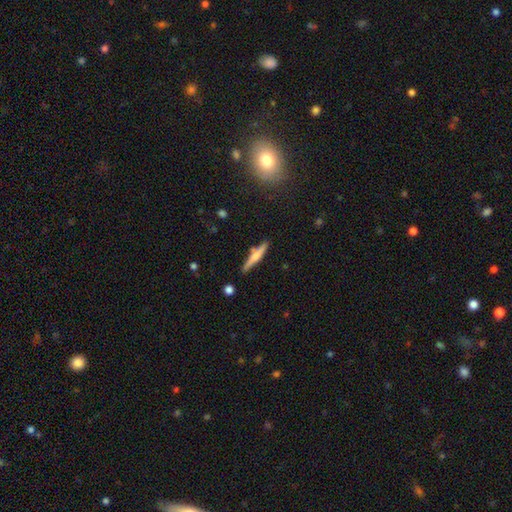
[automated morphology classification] Overall: smooth (51%; featured or disk 42%). How rounded: cigar-shaped (89%). Merging: none (80%).